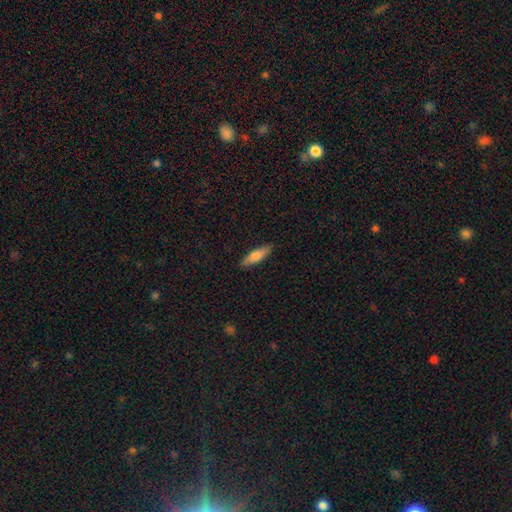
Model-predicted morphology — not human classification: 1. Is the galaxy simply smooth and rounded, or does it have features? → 72% smooth, 22% featured or disk, 6% star or artifact.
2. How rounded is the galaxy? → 62% cigar-shaped, 36% in between, 2% round.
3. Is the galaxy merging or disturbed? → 88% none, 9% minor disturbance, 2% major disturbance, 1% merger.